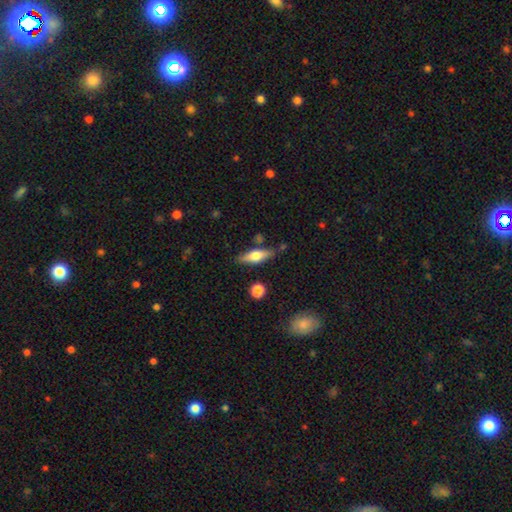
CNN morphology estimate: Smooth or featured? smooth (50%)
Merging? none (79%)